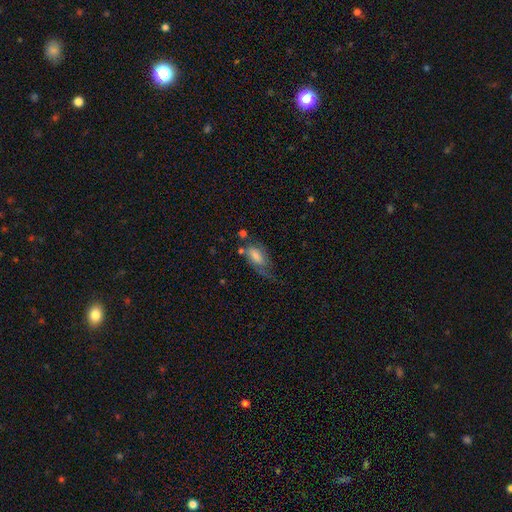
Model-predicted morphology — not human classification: Smooth or featured? smooth (55%)
How rounded? in between (83%)
Merging? none (34%)